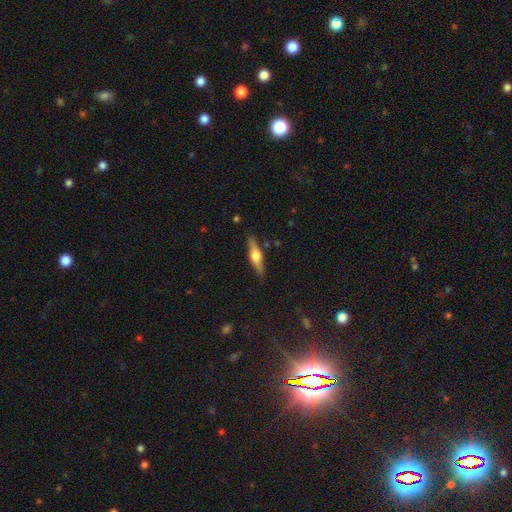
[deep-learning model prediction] Smooth or featured: featured or disk — 58% (smooth — 36%)
Edge-on disk: yes — 95% (no — 5%)
Edge-on bulge: rounded — 91% (boxy — 7%)
Merging: none — 86% (minor disturbance — 10%)